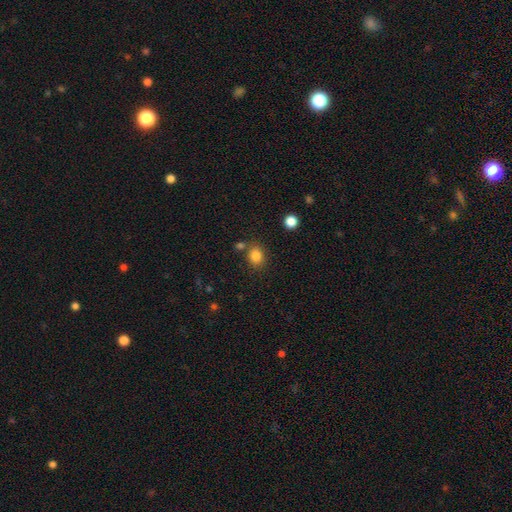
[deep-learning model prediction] A smooth galaxy with no disk features (84%) that is round (59%).

Vote fractions:
- Smooth or featured? smooth: 84% / star or artifact: 11% / featured or disk: 5%
- How rounded? round: 59% / in between: 40% / cigar-shaped: 1%
- Merging? none: 75% / minor disturbance: 11% / merger: 10% / major disturbance: 4%